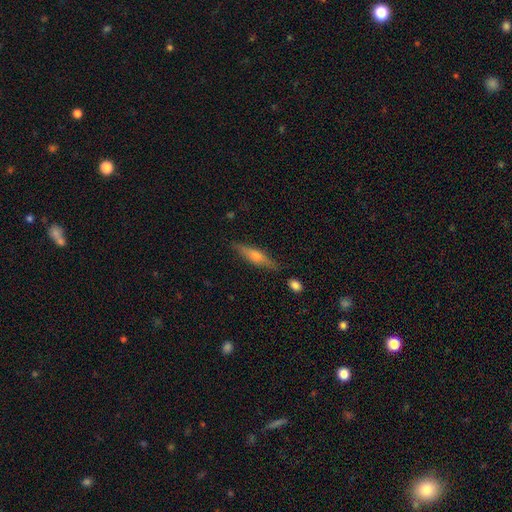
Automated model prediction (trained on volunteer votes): Overall: featured or disk (58%; smooth 34%). Edge-on disk: yes (94%). Edge-on bulge: rounded (87%). Merging: none (85%).